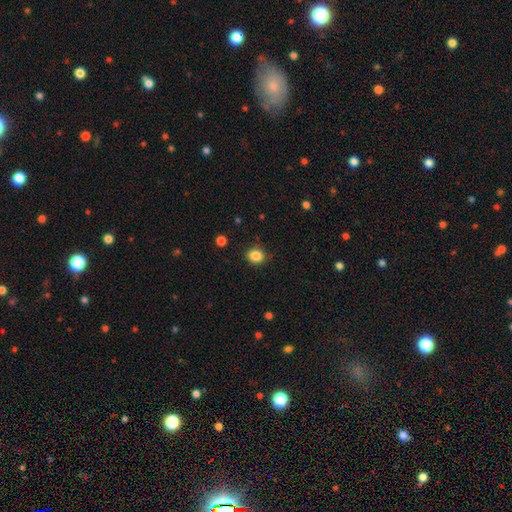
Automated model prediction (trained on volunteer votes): Morphology: type=smooth (85%); roundness=round (78%); merging=none (87%).